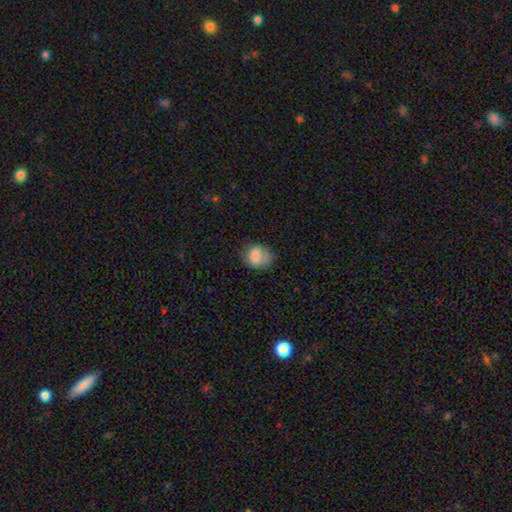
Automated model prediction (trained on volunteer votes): smooth 81%, featured or disk 10%, star or artifact 9%. Down the decision tree: how rounded — round (54%); merging — none (57%).